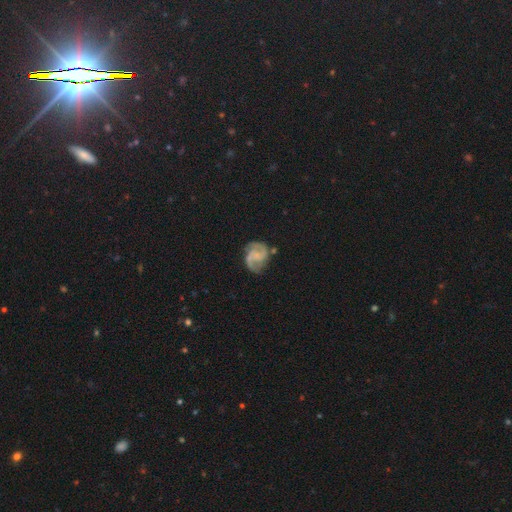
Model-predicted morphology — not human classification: Smooth or featured?
  - featured or disk: 85% *
  - smooth: 10%
  - star or artifact: 6%
Edge-on disk?
  - no: 98% *
  - yes: 2%
Bar?
  - no: 52% *
  - weak: 38%
  - strong: 10%
Spiral arms?
  - yes: 97% *
  - no: 3%
Spiral winding?
  - medium: 53% *
  - tight: 28%
  - loose: 19%
Spiral arm count?
  - 2: 85% *
  - 3: 6%
  - can't tell: 4%
  - 1: 2%
  - 4: 2%
  - more than 4: 2%
Bulge size?
  - none: 51% *
  - small: 34%
  - moderate: 12%
  - large: 2%
  - dominant: 1%
Merging?
  - none: 69% *
  - minor disturbance: 19%
  - major disturbance: 9%
  - merger: 3%